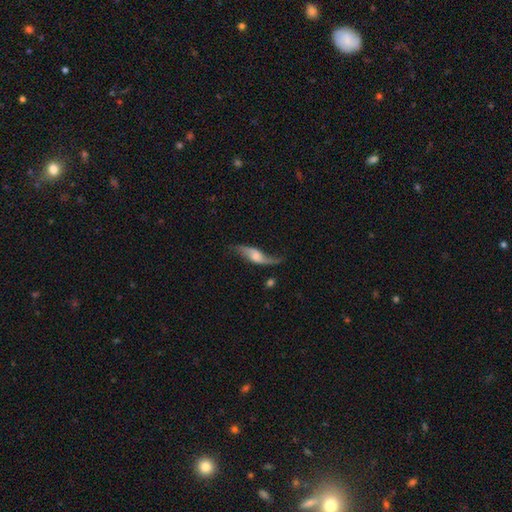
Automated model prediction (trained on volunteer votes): This is likely a featured or disk galaxy (73%). It is likely not viewed edge-on (80%). Bar: possibly no (54%). Spiral arm pattern: clearly yes (91%). Spiral arm count: clearly 2 (89%). Spiral winding: clearly loose (88%). Central bulge: marginally moderate (41%). Merging: possibly none (60%).